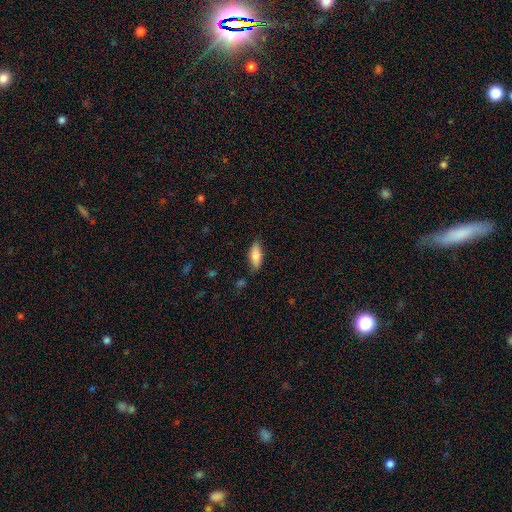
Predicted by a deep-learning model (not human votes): smooth-or-featured: smooth: 81% | featured or disk: 13% | star or artifact: 6%
  how-rounded: in between: 77% | cigar-shaped: 21% | round: 2%
  merging: none: 80% | minor disturbance: 16% | major disturbance: 3% | merger: 2%